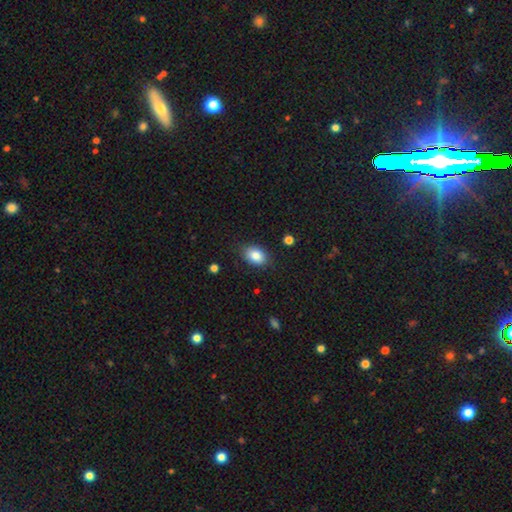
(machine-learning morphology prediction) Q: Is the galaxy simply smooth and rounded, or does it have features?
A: smooth — 85%.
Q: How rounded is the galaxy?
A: in between — 83%.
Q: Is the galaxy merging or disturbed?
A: none — 84%.